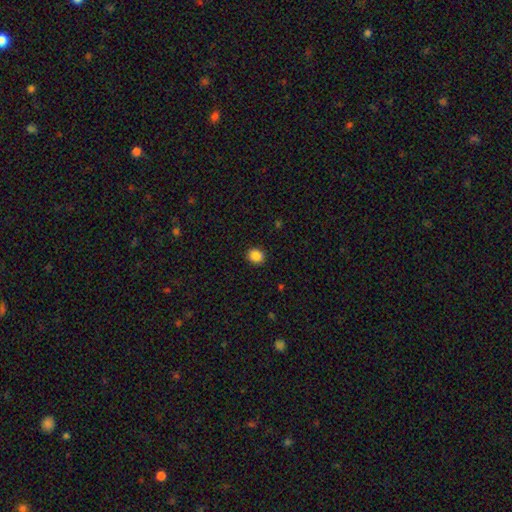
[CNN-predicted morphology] smooth 87%, star or artifact 10%, featured or disk 3%. Down the decision tree: how rounded — round (77%); merging — none (90%).